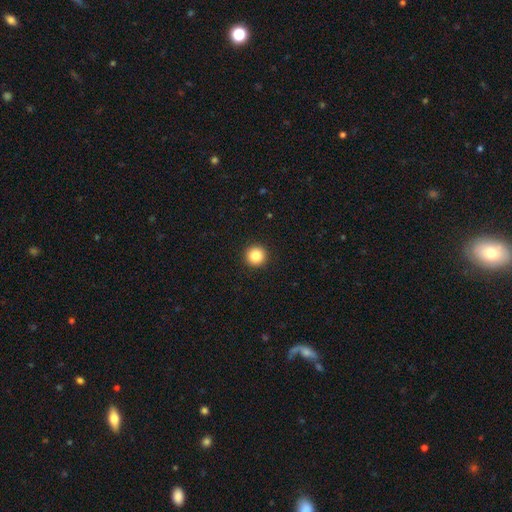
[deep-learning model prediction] Smooth or featured: smooth — 85% (star or artifact — 10%)
How rounded: round — 96% (in between — 3%)
Merging: none — 94% (minor disturbance — 4%)